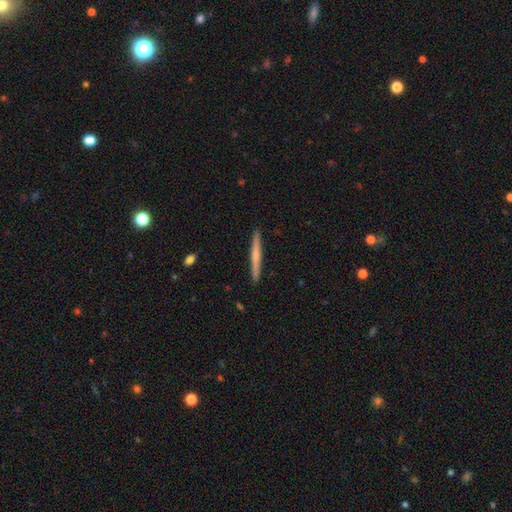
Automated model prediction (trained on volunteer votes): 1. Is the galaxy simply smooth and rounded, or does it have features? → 51% smooth, 44% featured or disk, 5% star or artifact.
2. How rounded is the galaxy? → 97% cigar-shaped, 2% in between, 1% round.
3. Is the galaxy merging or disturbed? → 92% none, 5% minor disturbance, 1% major disturbance, 1% merger.